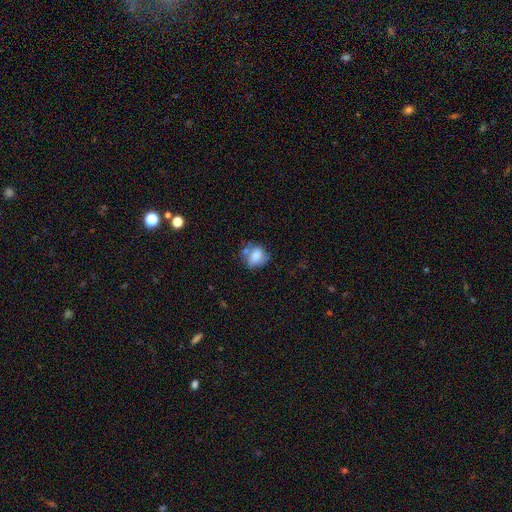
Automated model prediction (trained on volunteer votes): The model was most divided on "how rounded": round: 50%, in between: 49%, cigar-shaped: 2%. Remaining: smooth or featured — smooth (74%); merging — none (47%).